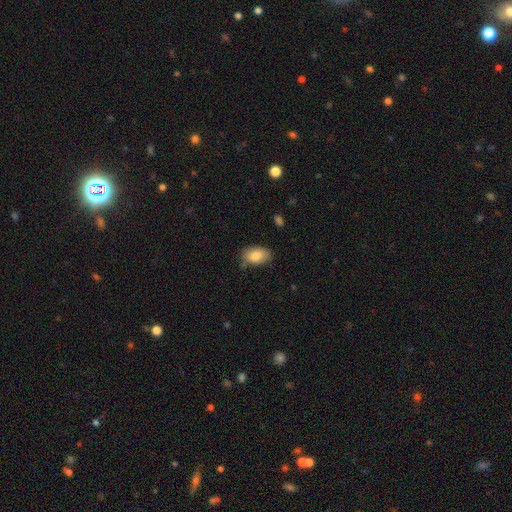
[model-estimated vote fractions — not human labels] smooth_or_featured: smooth (p=0.85) [alt: featured or disk p=0.08]
how_rounded: in between (p=0.91) [alt: round p=0.07]
merging: none (p=0.72) [alt: minor disturbance p=0.22]